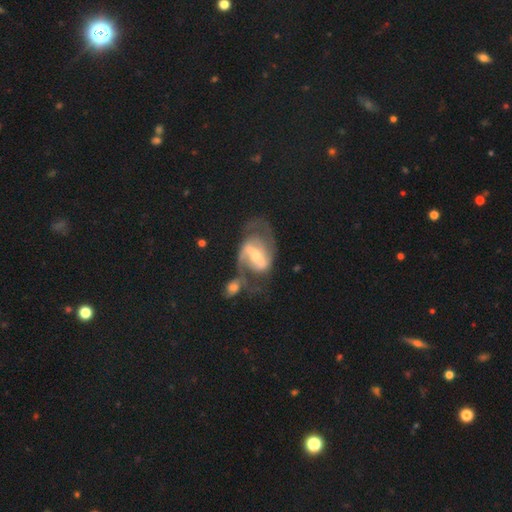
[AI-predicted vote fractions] Q: Smooth or featured?
A: featured or disk (85%); runner-up: smooth (10%)
Q: Edge-on disk?
A: no (96%); runner-up: yes (4%)
Q: Bar?
A: strong (55%); runner-up: weak (33%)
Q: Spiral arms?
A: yes (91%); runner-up: no (9%)
Q: Spiral winding?
A: medium (49%); runner-up: loose (31%)
Q: Spiral arm count?
A: 2 (83%); runner-up: can't tell (7%)
Q: Bulge size?
A: moderate (49%); runner-up: small (43%)
Q: Merging?
A: none (37%); runner-up: merger (27%)